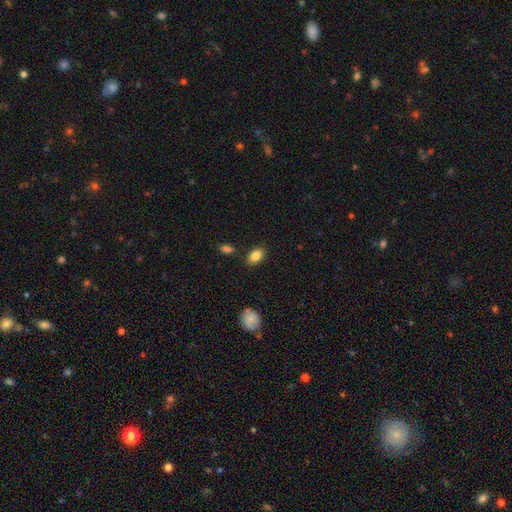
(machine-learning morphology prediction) This appears to be a smooth galaxy with no disk features (84%) that is in between round and cigar-shaped (85%). Merging: none (83%).